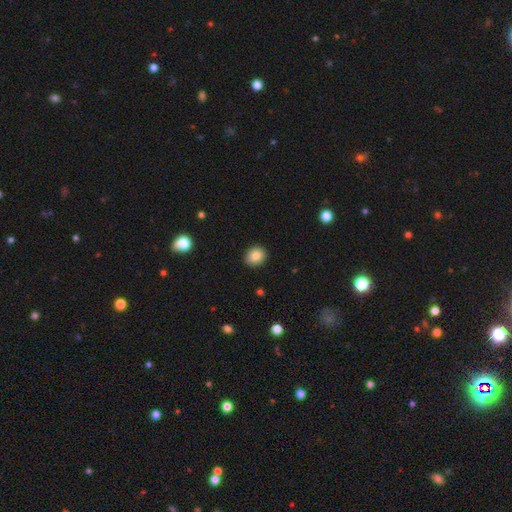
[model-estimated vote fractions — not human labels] A smooth galaxy with no disk features (84%) that is round (77%). Merging: none (91%).